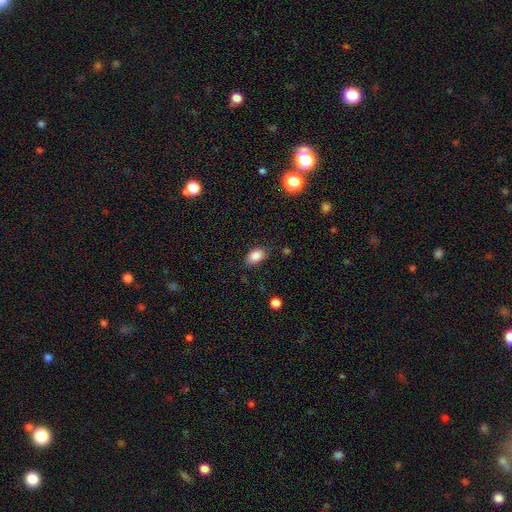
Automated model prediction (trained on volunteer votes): The model was most divided on "merging": none: 81%, minor disturbance: 14%, major disturbance: 3%, merger: 1%. More confident: how rounded — in between (88%); smooth or featured — smooth (87%).